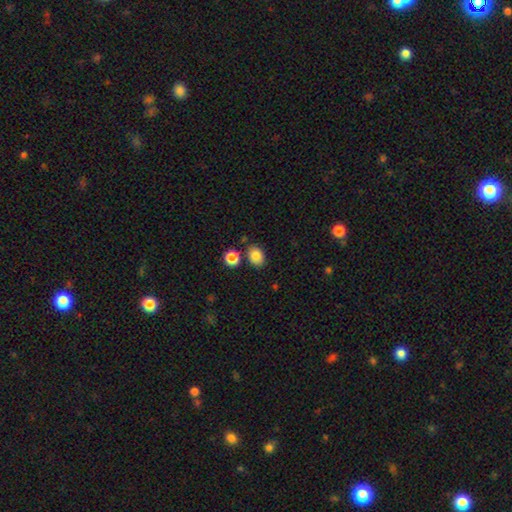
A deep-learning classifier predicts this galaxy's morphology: type=smooth (84%); roundness=in between (64%); merging=none (78%).